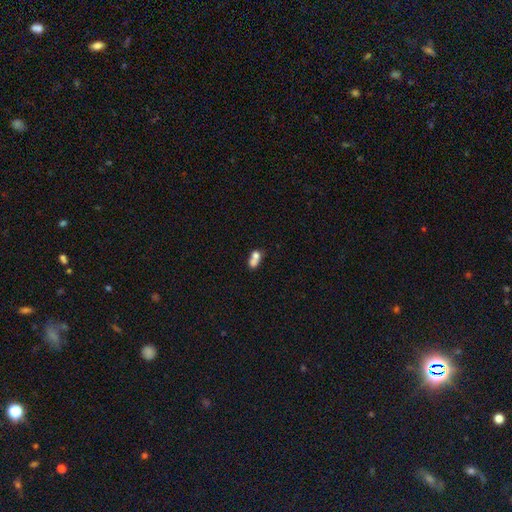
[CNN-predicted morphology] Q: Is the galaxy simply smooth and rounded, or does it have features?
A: smooth — 68%.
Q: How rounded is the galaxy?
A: in between — 61%.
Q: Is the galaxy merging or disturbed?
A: merger — 63%.